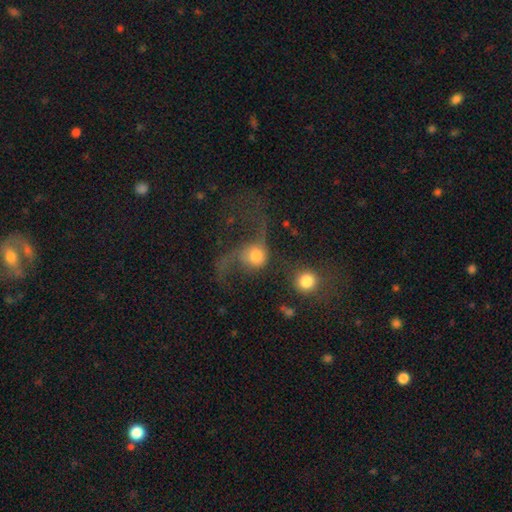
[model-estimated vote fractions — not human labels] smooth 52%, featured or disk 37%, star or artifact 11%. Down the decision tree: how rounded — round (78%); merging — major disturbance (48%).